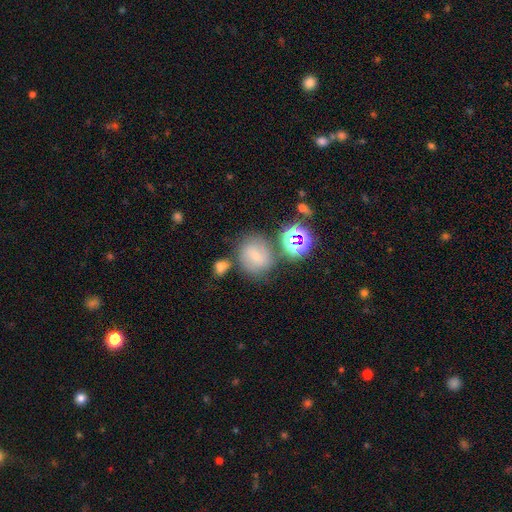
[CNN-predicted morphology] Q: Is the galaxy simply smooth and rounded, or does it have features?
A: smooth — 57%.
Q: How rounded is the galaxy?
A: round — 74%.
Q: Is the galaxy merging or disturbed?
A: none — 62%.